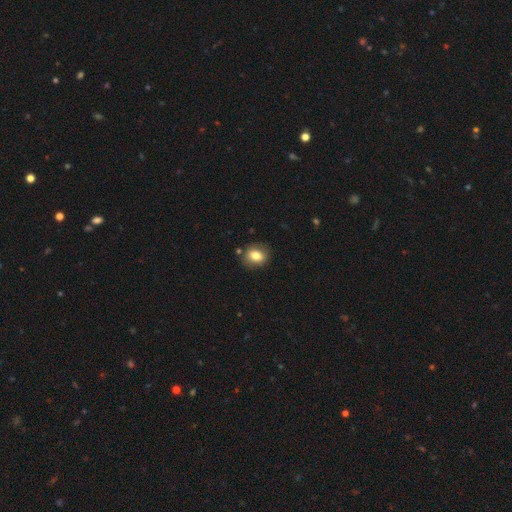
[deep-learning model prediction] Smooth or featured: smooth — 77% (featured or disk — 14%)
How rounded: round — 51% (in between — 48%)
Merging: none — 82% (minor disturbance — 12%)